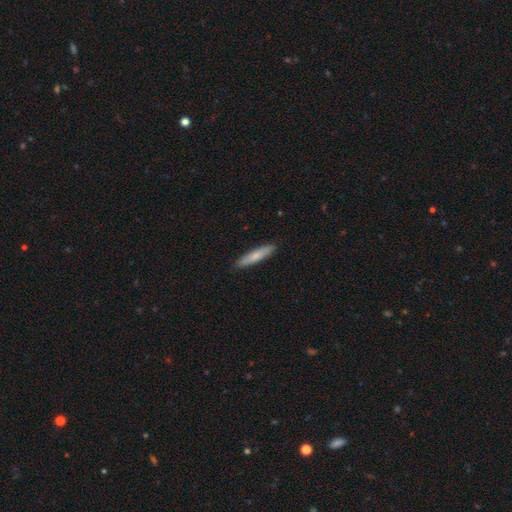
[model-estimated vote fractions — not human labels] Smooth or featured? smooth (73%)
How rounded? cigar-shaped (89%)
Merging? none (90%)